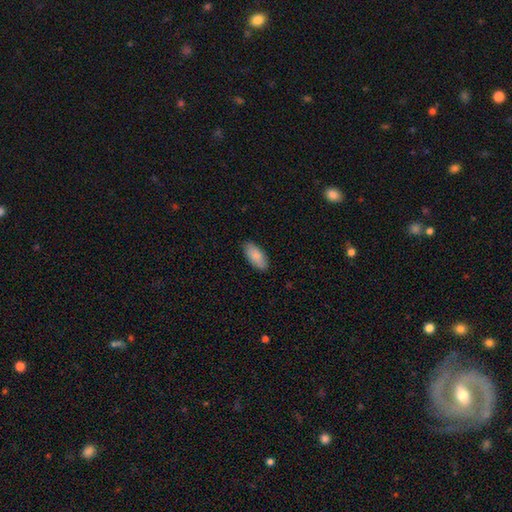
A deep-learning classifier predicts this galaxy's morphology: This appears to be a smooth galaxy with no disk features (87%) that is in between round and cigar-shaped (90%). Merging: none (87%).